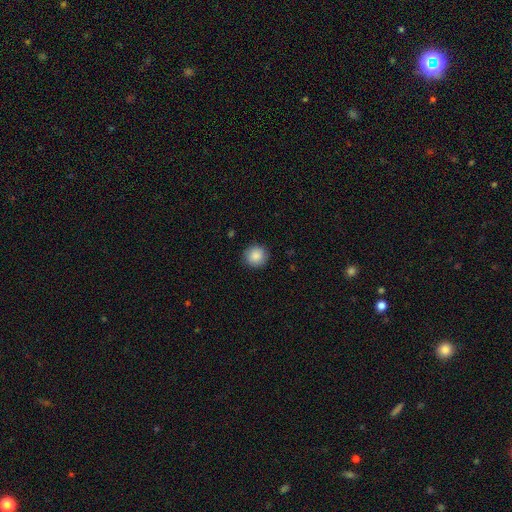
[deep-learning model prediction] This is clearly a smooth galaxy (88%). How rounded: clearly round (89%). Merging: clearly none (89%).